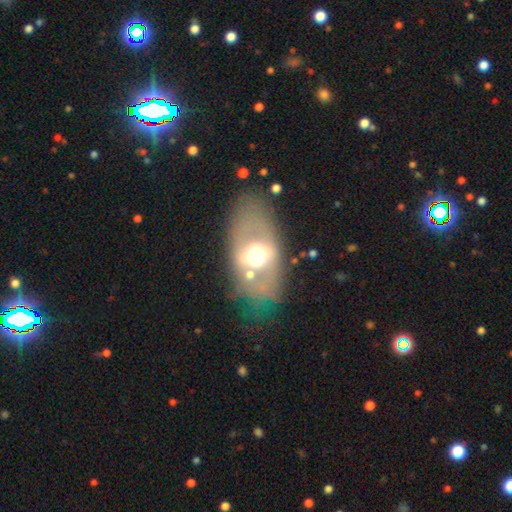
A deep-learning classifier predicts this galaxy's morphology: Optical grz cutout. It shows a featured or disk galaxy (50%). Merging: none (68%).